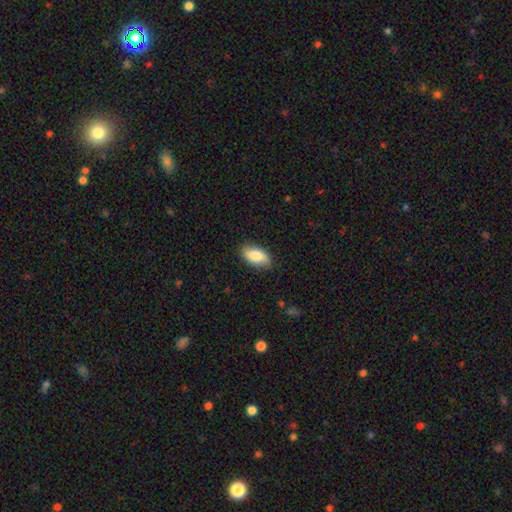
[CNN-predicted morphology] The model was most divided on "smooth or featured": smooth: 80%, featured or disk: 14%, star or artifact: 6%. More confident: how rounded — in between (91%); merging — none (82%).